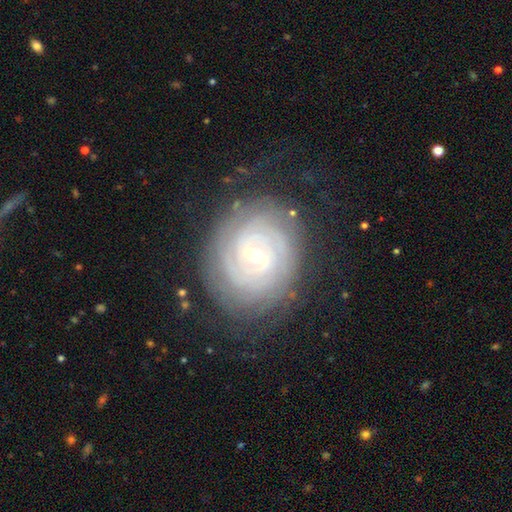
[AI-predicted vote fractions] Smooth or featured?
  - featured or disk: 85% *
  - smooth: 8%
  - star or artifact: 6%
Edge-on disk?
  - no: 97% *
  - yes: 3%
Bar?
  - weak: 55% *
  - strong: 28%
  - no: 17%
Spiral arms?
  - yes: 96% *
  - no: 4%
Spiral winding?
  - tight: 83% *
  - medium: 14%
  - loose: 3%
Spiral arm count?
  - can't tell: 36% *
  - 2: 22%
  - 4: 15%
  - 3: 14%
  - more than 4: 8%
  - 1: 6%
Bulge size?
  - small: 55% *
  - moderate: 42%
  - large: 2%
  - none: 1%
  - dominant: 1%
Merging?
  - none: 79% *
  - minor disturbance: 14%
  - major disturbance: 6%
  - merger: 1%